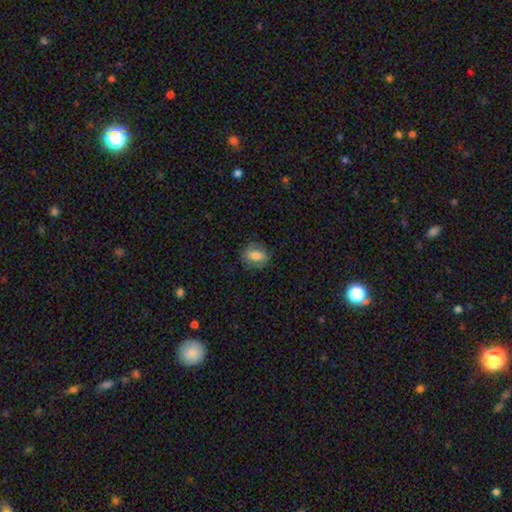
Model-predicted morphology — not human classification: Overall: smooth (72%). How rounded: in between (62%; round 35%). Merging: none (81%).